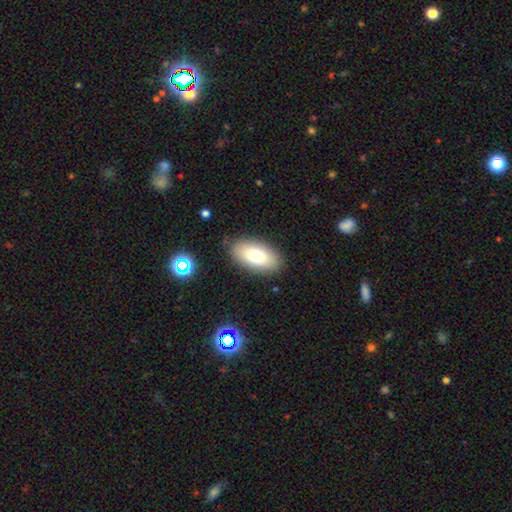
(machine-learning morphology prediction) Smooth or featured: smooth — 78% (featured or disk — 14%)
How rounded: in between — 94% (cigar-shaped — 3%)
Merging: none — 86% (minor disturbance — 9%)